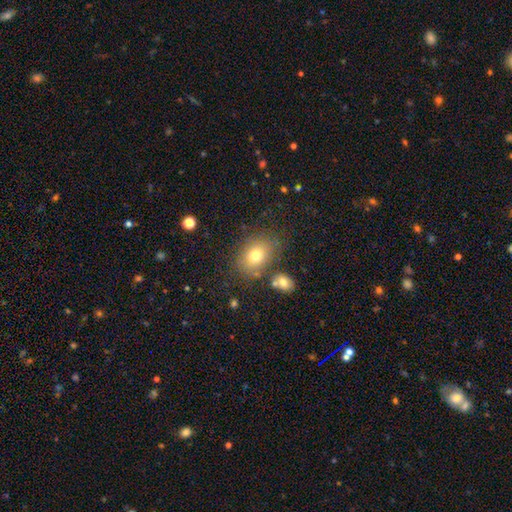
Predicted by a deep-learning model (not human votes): Smooth or featured? smooth (75%)
How rounded? in between (71%)
Merging? none (73%)